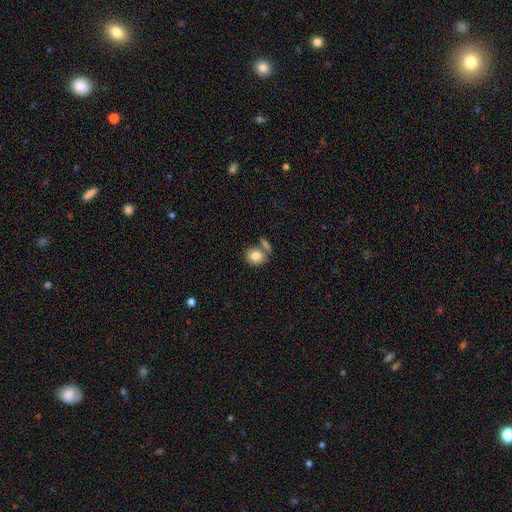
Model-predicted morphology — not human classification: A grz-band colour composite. It shows a smooth galaxy with no disk features (81%) that is round (65%). Merging: none (60%).